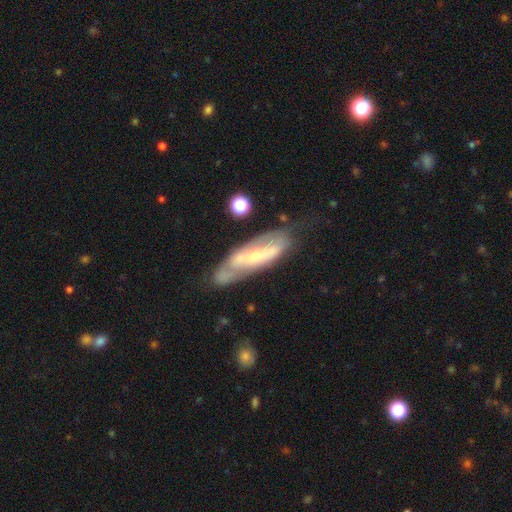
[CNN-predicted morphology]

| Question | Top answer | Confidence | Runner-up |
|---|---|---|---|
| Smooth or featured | featured or disk | 66% | smooth (27%) |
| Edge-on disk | no | 73% | yes (27%) |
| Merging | none | 53% | minor disturbance (26%) |